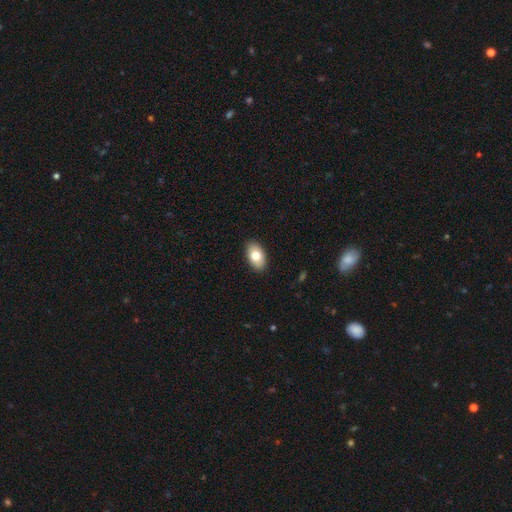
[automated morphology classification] The model was most divided on "smooth or featured": smooth: 77%, featured or disk: 16%, star or artifact: 7%. More confident: how rounded — in between (93%); merging — none (89%).